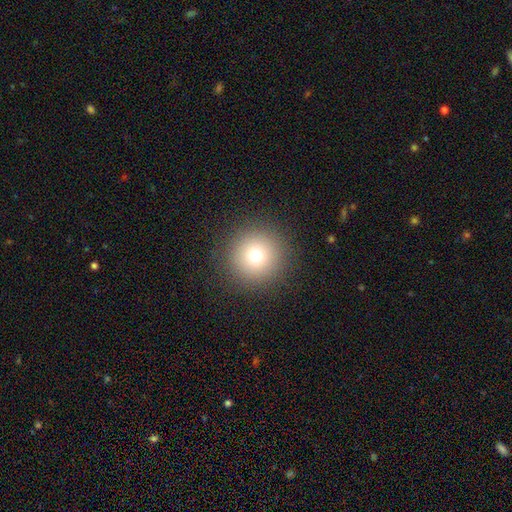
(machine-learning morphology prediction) Overall: smooth (73%). How rounded: round (96%). Merging: none (91%).